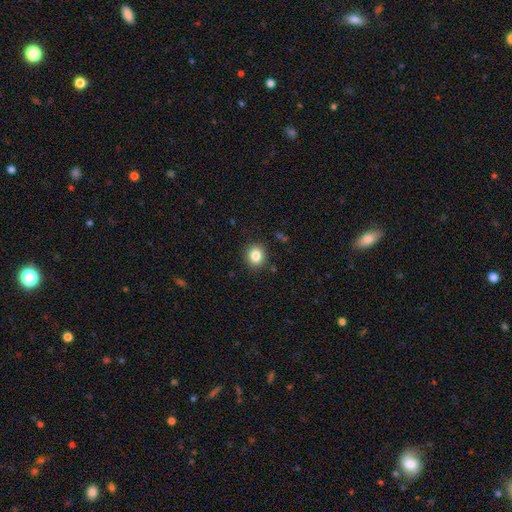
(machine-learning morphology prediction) This appears to be a smooth galaxy with no disk features (84%) that is round (78%). Merging: none (89%).